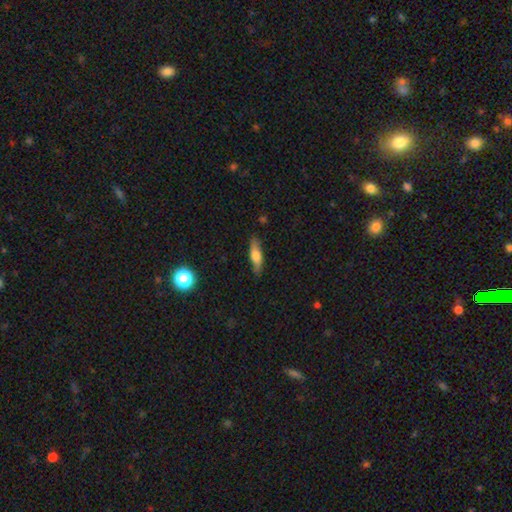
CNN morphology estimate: Overall: smooth (63%; featured or disk 30%). How rounded: cigar-shaped (61%; in between 36%). Merging: none (82%).